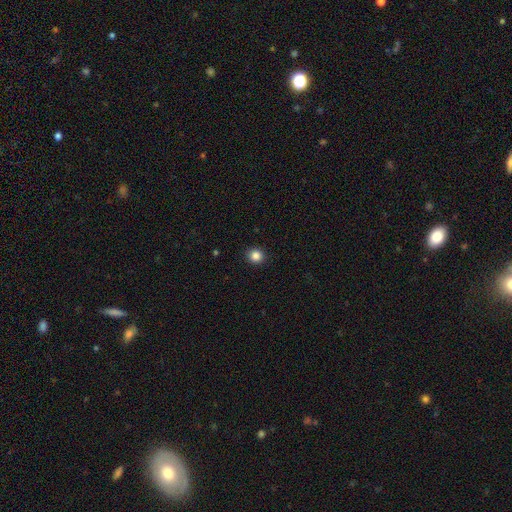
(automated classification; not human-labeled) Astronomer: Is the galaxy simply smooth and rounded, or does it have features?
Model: smooth — 85%.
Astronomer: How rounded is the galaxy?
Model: round — 89%.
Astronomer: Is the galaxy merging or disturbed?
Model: none — 93%.